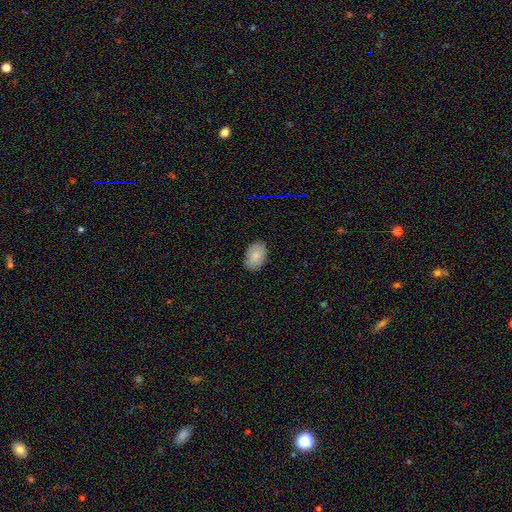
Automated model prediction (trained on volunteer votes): Smooth or featured? Predicted: smooth (p=0.85). How rounded? Predicted: in between (p=0.87). Merging? Predicted: none (p=0.86).